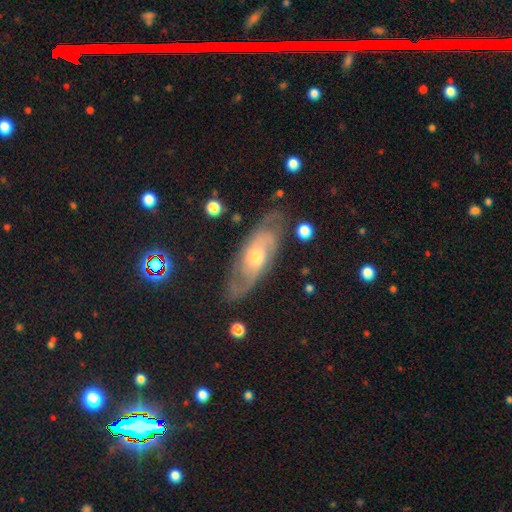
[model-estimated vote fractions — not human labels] A featured or disk galaxy (79%) with no bar (72%), 2 (52%) tight (48%) spiral arms (90%) and a moderate central bulge (56%). Merging: none (74%).